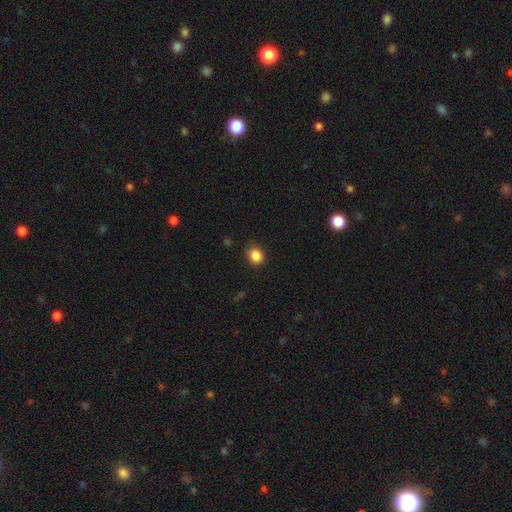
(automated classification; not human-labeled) Morphology: type=smooth (86%); roundness=round (61%); merging=none (82%).